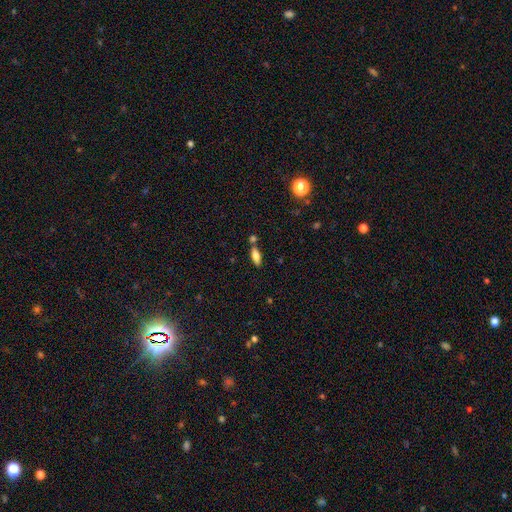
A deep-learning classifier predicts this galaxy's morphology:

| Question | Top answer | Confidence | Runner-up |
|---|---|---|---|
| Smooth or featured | smooth | 73% | featured or disk (19%) |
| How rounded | in between | 69% | cigar-shaped (28%) |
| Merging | none | 68% | merger (17%) |